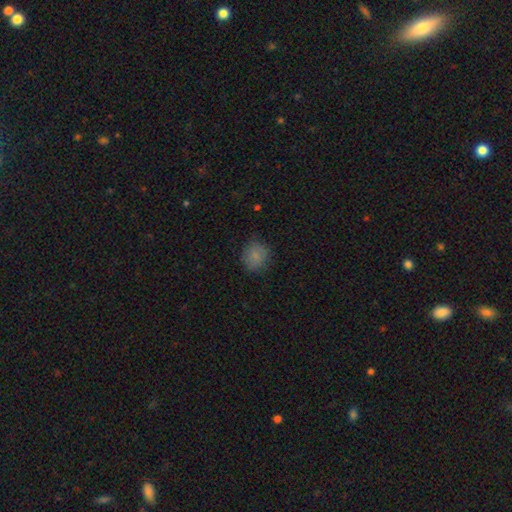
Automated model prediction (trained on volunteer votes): This appears to be a smooth galaxy with no disk features (83%) that is round (83%). Merging: none (83%).